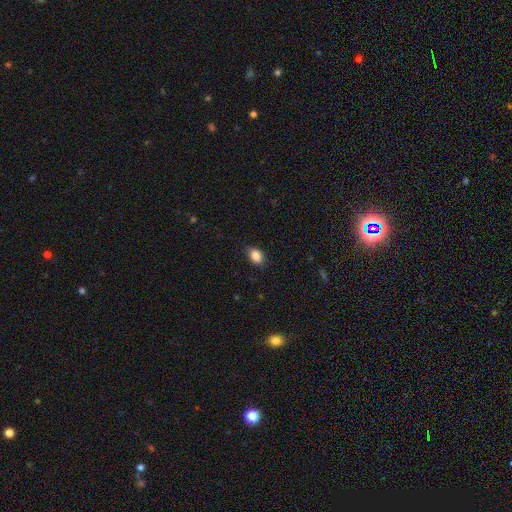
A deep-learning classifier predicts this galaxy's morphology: Q: Smooth or featured?
A: smooth (87%); runner-up: star or artifact (9%)
Q: How rounded?
A: in between (80%); runner-up: round (19%)
Q: Merging?
A: none (82%); runner-up: minor disturbance (14%)